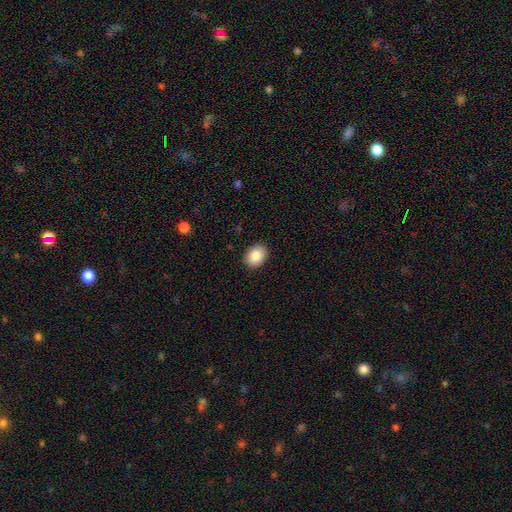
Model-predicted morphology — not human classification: Q: Smooth or featured?
A: smooth (86%); runner-up: star or artifact (8%)
Q: How rounded?
A: in between (64%); runner-up: round (35%)
Q: Merging?
A: none (90%); runner-up: minor disturbance (7%)